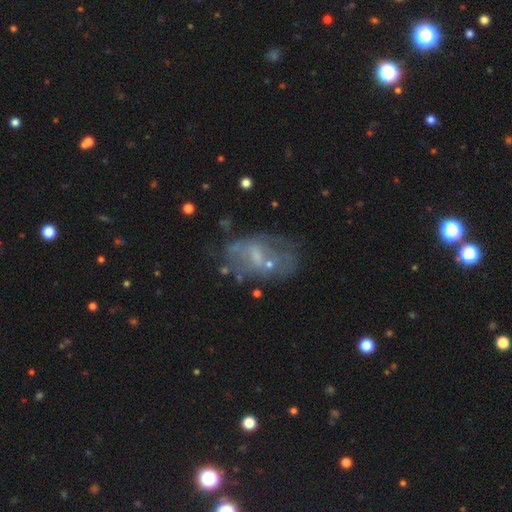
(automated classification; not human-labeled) This appears to be a featured or disk galaxy (59%) with no bar (50%), no spiral arms (69%) and a small central bulge (46%). Merging: none (45%).